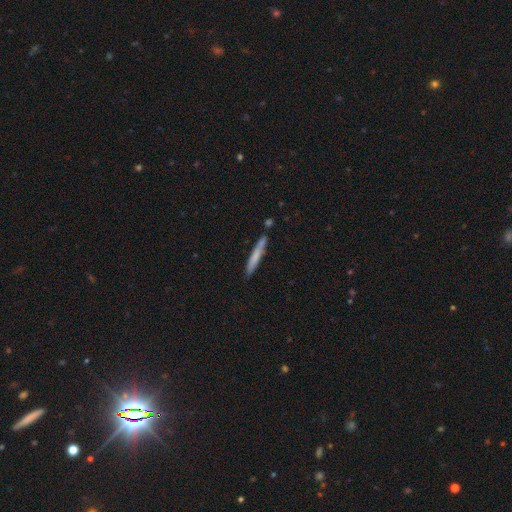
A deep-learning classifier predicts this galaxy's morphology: This appears to be a smooth galaxy with no disk features (68%) that is cigar-shaped (95%). Merging: none (80%).